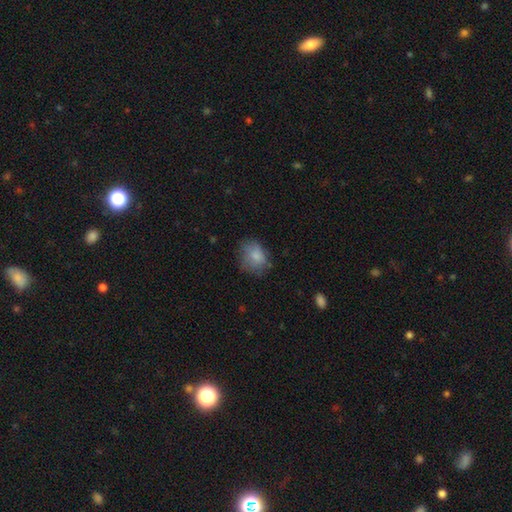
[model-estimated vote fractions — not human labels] A smooth galaxy with no disk features (79%) that is in between round and cigar-shaped (51%).

Vote fractions:
- Smooth or featured? smooth: 79% / featured or disk: 13% / star or artifact: 9%
- How rounded? in between: 51% / round: 48% / cigar-shaped: 1%
- Merging? none: 59% / minor disturbance: 27% / major disturbance: 12% / merger: 2%